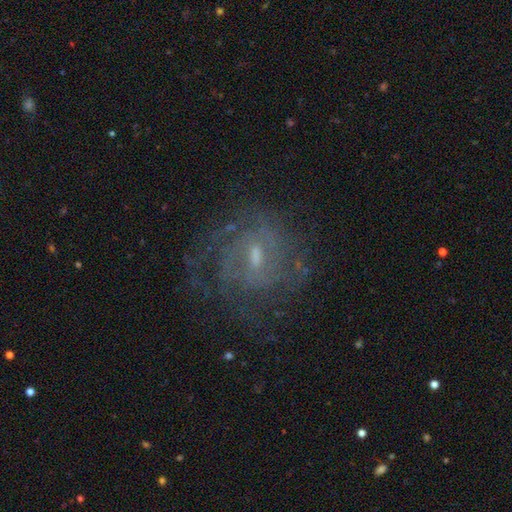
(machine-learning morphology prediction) Smooth or featured: featured or disk — 73% (star or artifact — 14%)
Edge-on disk: no — 96% (yes — 4%)
Bar: weak — 55% (no — 30%)
Spiral arms: yes — 84% (no — 16%)
Spiral winding: tight — 54% (medium — 34%)
Spiral arm count: can't tell — 52% (2 — 21%)
Bulge size: small — 56% (moderate — 35%)
Merging: none — 69% (minor disturbance — 16%)